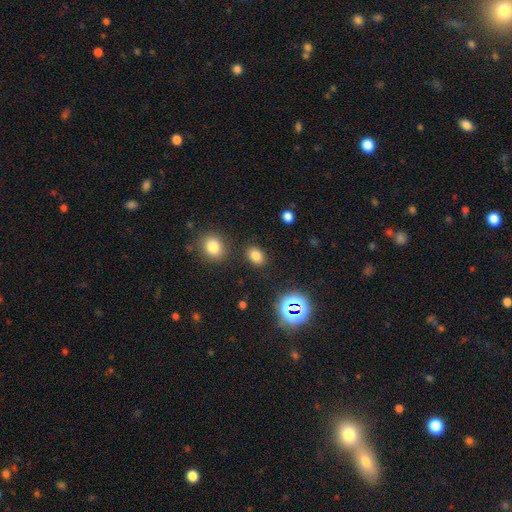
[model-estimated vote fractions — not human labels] This appears to be a smooth galaxy with no disk features (79%) that is in between round and cigar-shaped (74%). Merging: none (85%).